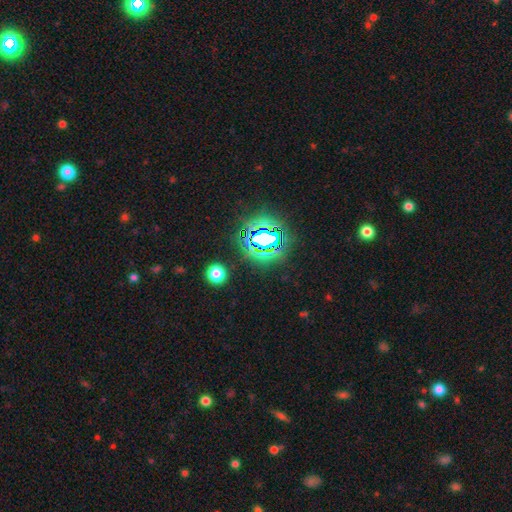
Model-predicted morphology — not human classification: Smooth or featured: star or artifact — 82% (smooth — 12%)